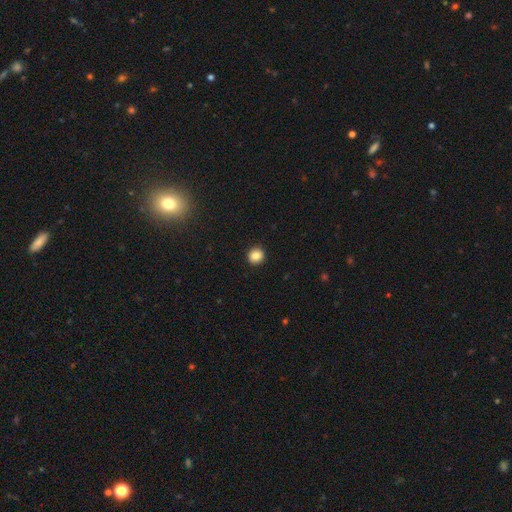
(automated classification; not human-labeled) smooth-or-featured: smooth: 86% | star or artifact: 10% | featured or disk: 4%
  how-rounded: round: 91% | in between: 8% | cigar-shaped: 1%
  merging: none: 93% | minor disturbance: 5% | major disturbance: 2% | merger: 1%